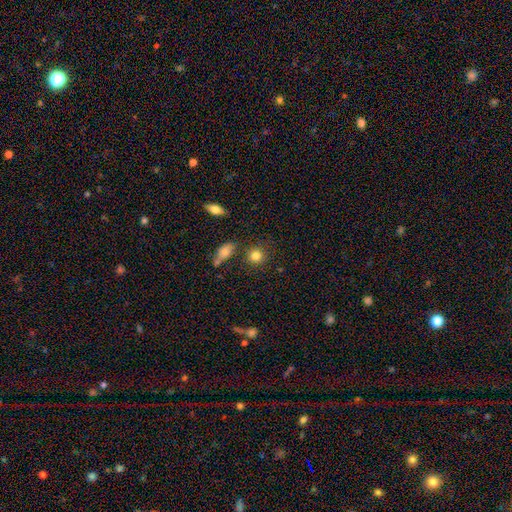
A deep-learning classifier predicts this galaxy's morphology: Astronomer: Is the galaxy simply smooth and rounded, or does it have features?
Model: smooth — 82%.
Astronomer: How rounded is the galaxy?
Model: round — 87%.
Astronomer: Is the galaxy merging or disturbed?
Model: none — 81%.